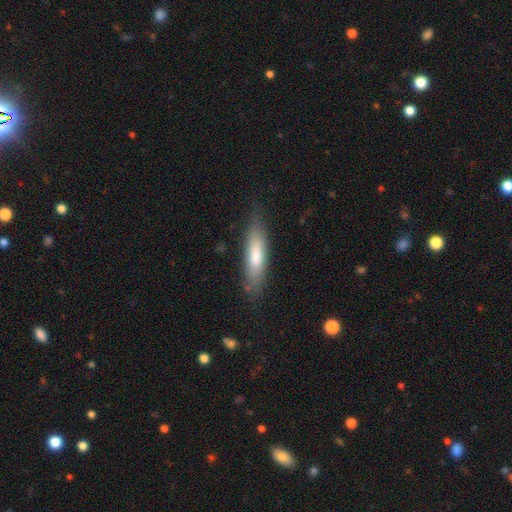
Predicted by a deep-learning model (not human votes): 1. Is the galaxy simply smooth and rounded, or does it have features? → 60% smooth, 32% featured or disk, 8% star or artifact.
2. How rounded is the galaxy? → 76% cigar-shaped, 23% in between, 2% round.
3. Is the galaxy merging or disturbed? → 82% none, 14% minor disturbance, 3% major disturbance, 1% merger.